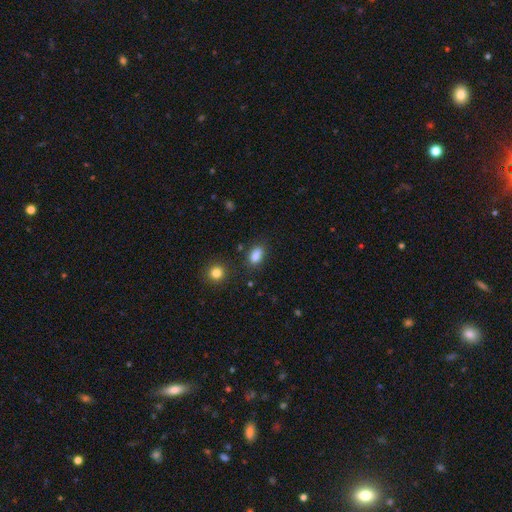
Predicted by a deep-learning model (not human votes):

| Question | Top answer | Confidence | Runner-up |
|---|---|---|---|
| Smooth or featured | smooth | 85% | star or artifact (10%) |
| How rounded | in between | 86% | round (10%) |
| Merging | none | 78% | minor disturbance (14%) |